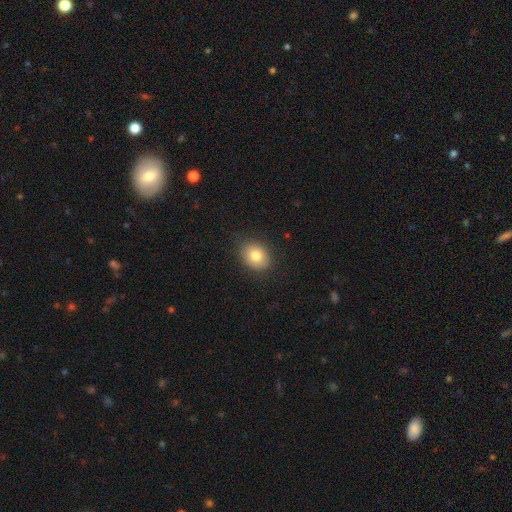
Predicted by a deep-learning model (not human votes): This is clearly a smooth galaxy (81%). How rounded: possibly in between (56%). Merging: clearly none (84%).